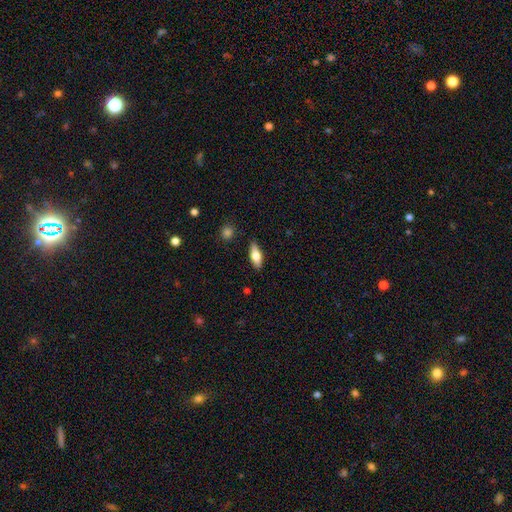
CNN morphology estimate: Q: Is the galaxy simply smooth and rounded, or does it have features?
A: smooth — 62%.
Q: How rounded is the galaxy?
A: in between — 69%.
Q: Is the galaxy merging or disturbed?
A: none — 85%.